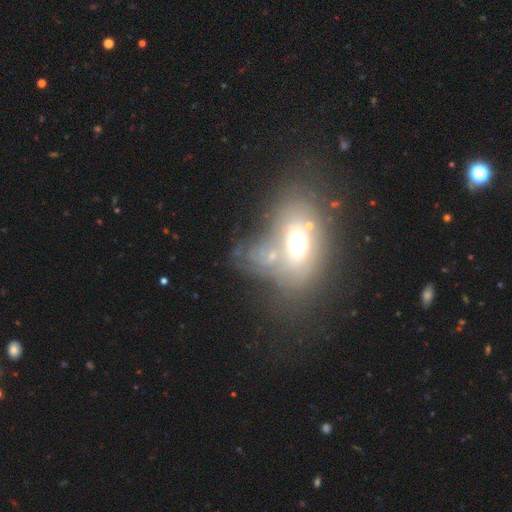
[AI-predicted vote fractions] smooth-or-featured: featured or disk: 46% | smooth: 37% | star or artifact: 17%
  merging: merger: 40% | none: 27% | major disturbance: 19% | minor disturbance: 14%